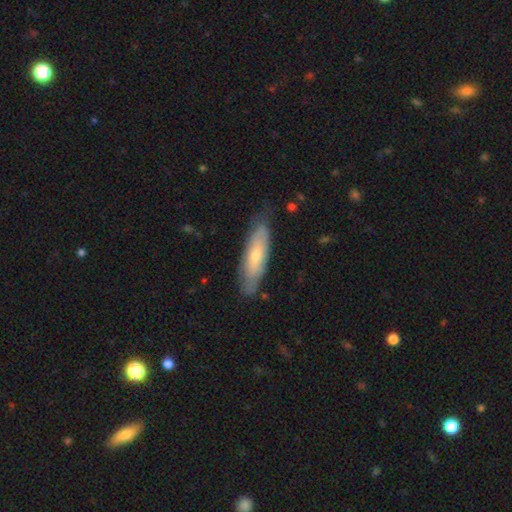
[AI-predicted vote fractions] Smooth or featured? Predicted: smooth (p=0.58). How rounded? Predicted: cigar-shaped (p=0.60). Merging? Predicted: none (p=0.75).